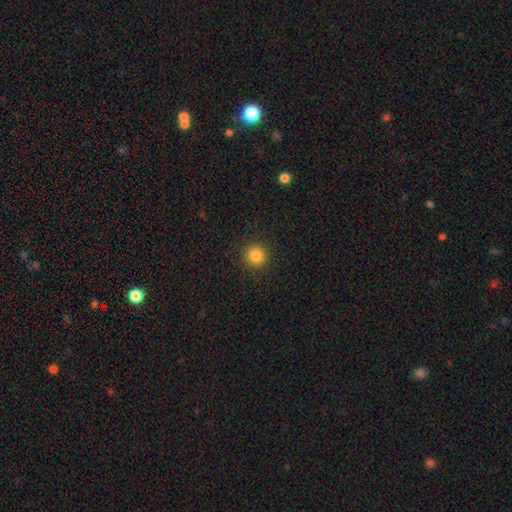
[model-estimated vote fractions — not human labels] Smooth or featured? smooth (84%)
How rounded? round (95%)
Merging? none (92%)